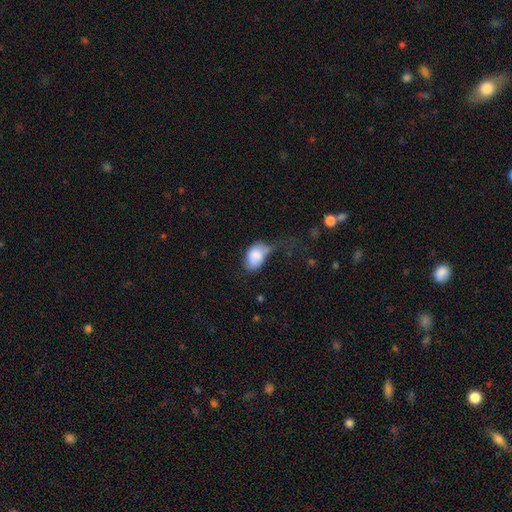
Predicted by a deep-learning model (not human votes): The model was most divided on "merging": major disturbance: 37%, minor disturbance: 35%, none: 20%, merger: 8%. More confident: how rounded — in between (84%); smooth or featured — smooth (79%).